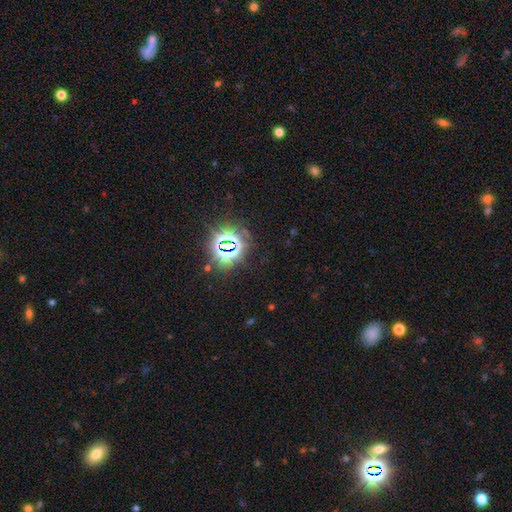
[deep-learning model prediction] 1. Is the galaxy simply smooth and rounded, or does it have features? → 80% star or artifact, 13% smooth, 8% featured or disk.